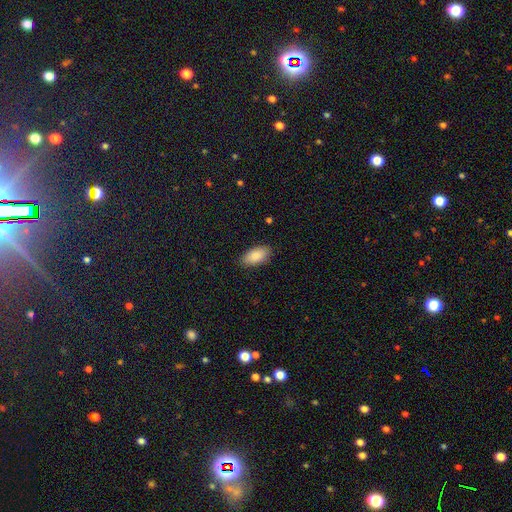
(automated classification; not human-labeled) Morphology: type=smooth (89%); roundness=in between (92%); merging=none (87%).